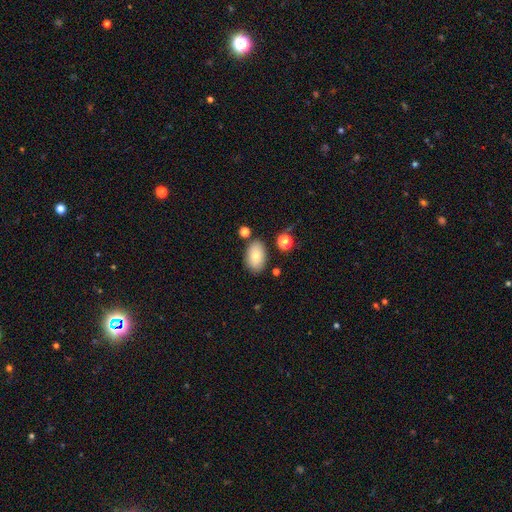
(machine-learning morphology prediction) A smooth galaxy with no disk features (76%) that is in between round and cigar-shaped (90%). Merging: none (80%).